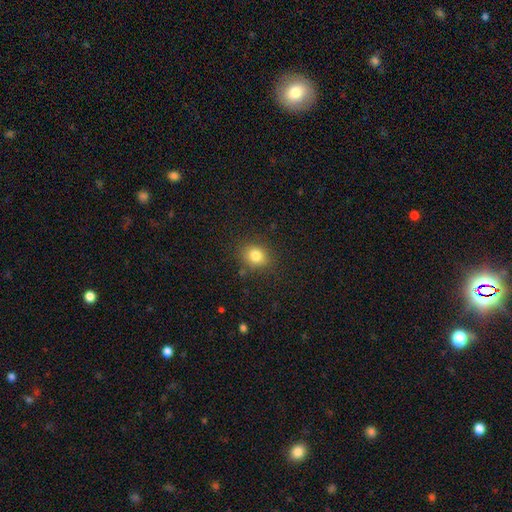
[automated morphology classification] A smooth galaxy with no disk features (81%) that is round (66%).

Vote fractions:
- Smooth or featured? smooth: 81% / star or artifact: 12% / featured or disk: 7%
- How rounded? round: 66% / in between: 33% / cigar-shaped: 1%
- Merging? none: 84% / minor disturbance: 11% / major disturbance: 3% / merger: 2%